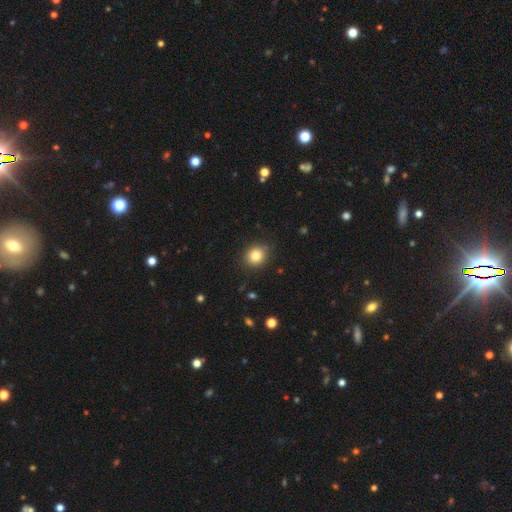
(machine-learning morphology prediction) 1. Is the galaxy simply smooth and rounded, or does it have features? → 83% smooth, 10% star or artifact, 7% featured or disk.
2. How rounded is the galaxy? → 73% round, 26% in between, 1% cigar-shaped.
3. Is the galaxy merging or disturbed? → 86% none, 10% minor disturbance, 3% major disturbance, 1% merger.